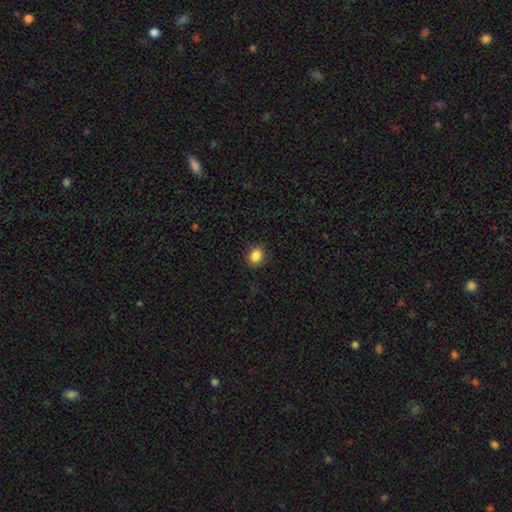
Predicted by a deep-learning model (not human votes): Smooth or featured? smooth (86%)
How rounded? round (63%)
Merging? none (88%)